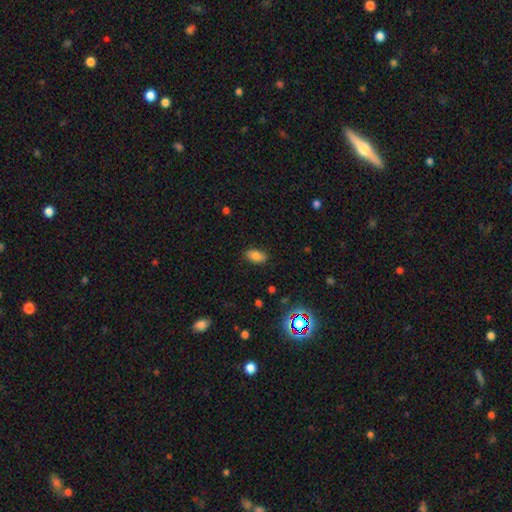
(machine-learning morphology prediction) Smooth or featured? smooth (79%)
How rounded? in between (92%)
Merging? none (85%)